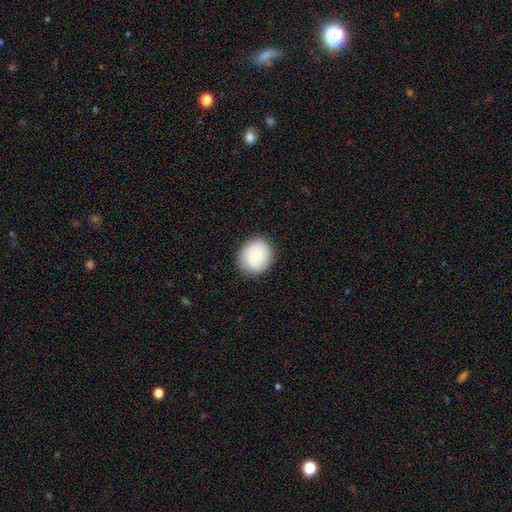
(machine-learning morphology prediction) smooth 77%, featured or disk 16%, star or artifact 7%. Down the decision tree: how rounded — round (81%); merging — none (87%).